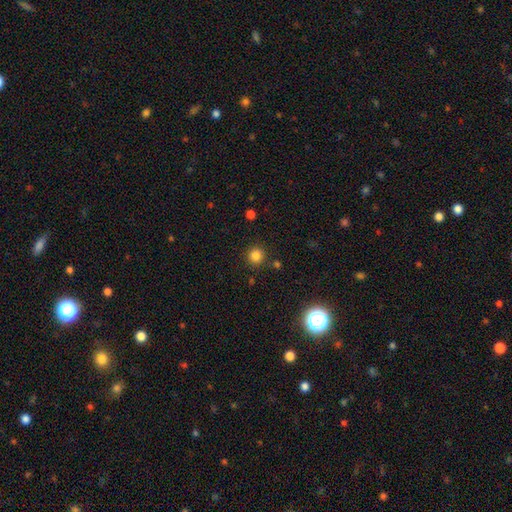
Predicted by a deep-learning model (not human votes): This is clearly a smooth galaxy (82%). How rounded: clearly round (93%). Merging: clearly none (88%).